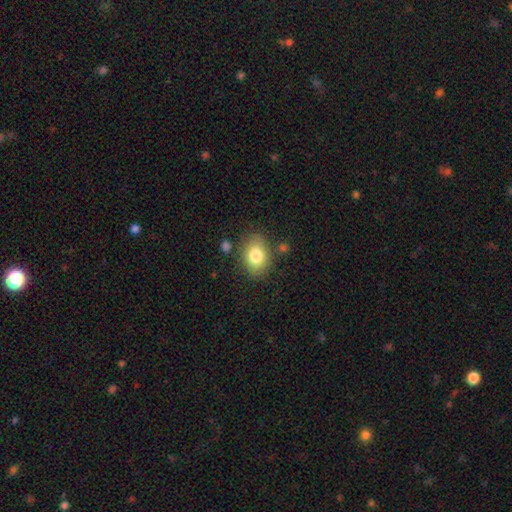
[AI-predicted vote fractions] Overall: smooth (81%). How rounded: in between (74%). Merging: none (78%).